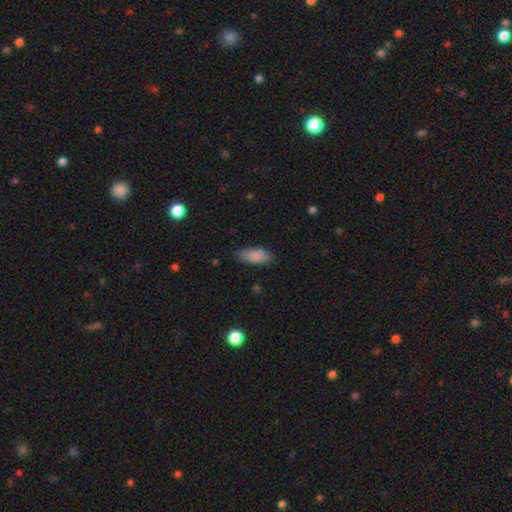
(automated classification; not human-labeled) The model was most divided on "merging": none: 67%, minor disturbance: 25%, major disturbance: 6%, merger: 3%. More confident: smooth or featured — smooth (83%); how rounded — in between (81%).